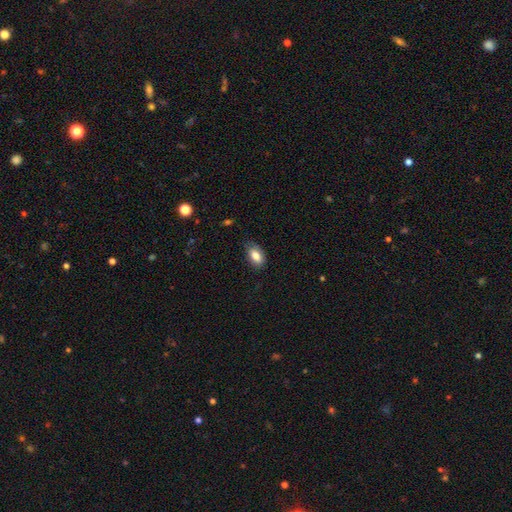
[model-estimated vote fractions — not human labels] Smooth or featured?
  - smooth: 82% *
  - featured or disk: 11%
  - star or artifact: 7%
How rounded?
  - in between: 92% *
  - round: 5%
  - cigar-shaped: 3%
Merging?
  - none: 73% *
  - minor disturbance: 22%
  - major disturbance: 4%
  - merger: 1%